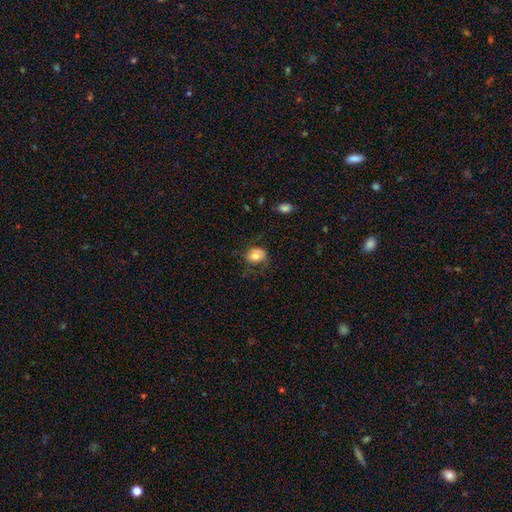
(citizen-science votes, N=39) A smooth galaxy with no disk features (77%) that is in between round and cigar-shaped (63%).

Vote fractions:
- Smooth or featured? smooth: 77% / featured or disk: 15% / star or artifact: 8%
- How rounded? in between: 63% / round: 37% / cigar-shaped: 0%
- Merging? none: 67% / minor disturbance: 19% / major disturbance: 14% / merger: 0%